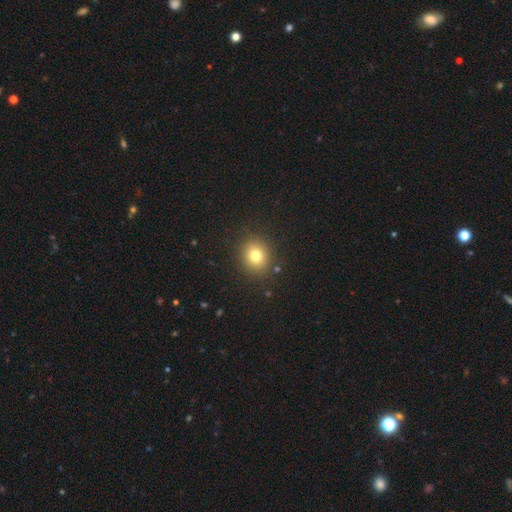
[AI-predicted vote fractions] Overall: smooth (77%). How rounded: round (76%). Merging: none (88%).